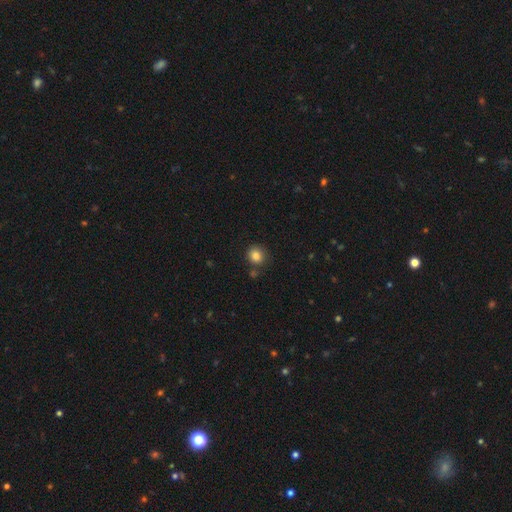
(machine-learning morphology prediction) A smooth galaxy with no disk features (84%) that is round (84%).

Vote fractions:
- Smooth or featured? smooth: 84% / star or artifact: 11% / featured or disk: 5%
- How rounded? round: 84% / in between: 15% / cigar-shaped: 1%
- Merging? none: 80% / minor disturbance: 11% / merger: 7% / major disturbance: 3%